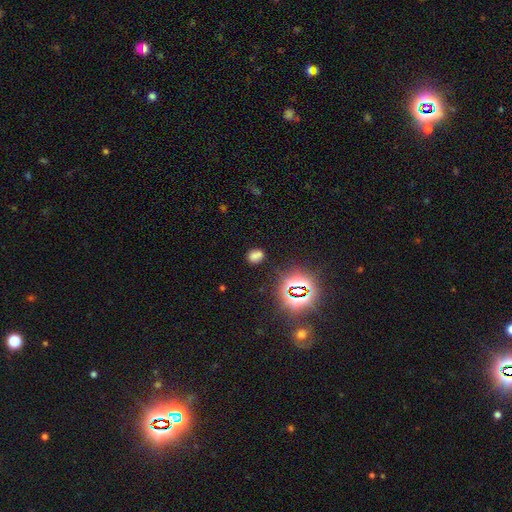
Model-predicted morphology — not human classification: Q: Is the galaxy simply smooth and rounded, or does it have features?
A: smooth — 61%.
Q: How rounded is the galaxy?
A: in between — 58%.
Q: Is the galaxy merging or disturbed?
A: none — 65%.